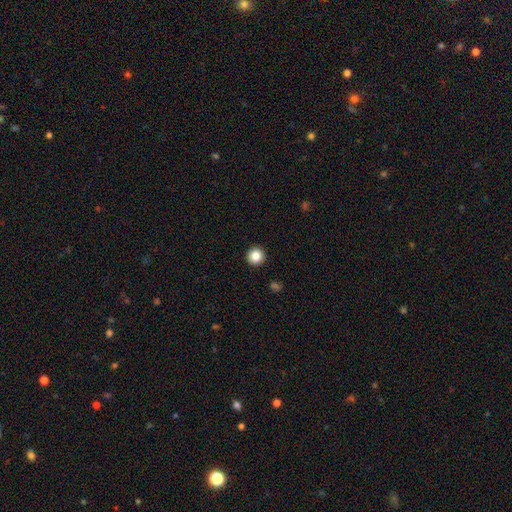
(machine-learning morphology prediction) smooth_or_featured: smooth (p=0.86) [alt: star or artifact p=0.10]
how_rounded: round (p=0.96) [alt: in between p=0.03]
merging: none (p=0.94) [alt: minor disturbance p=0.04]